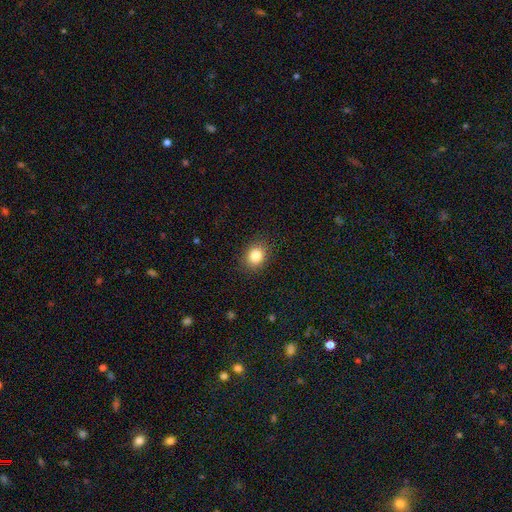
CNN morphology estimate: A smooth galaxy with no disk features (84%) that is round (54%). Merging: none (87%).